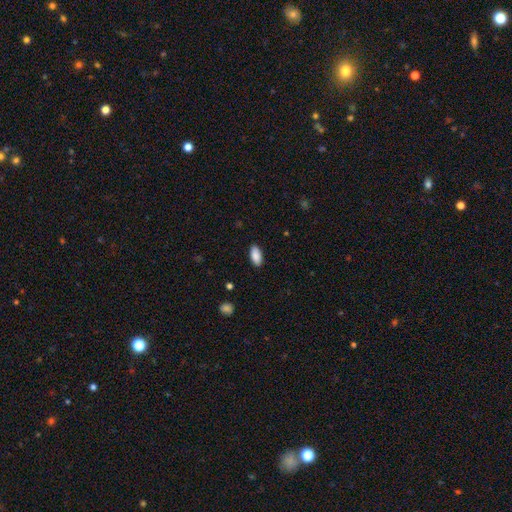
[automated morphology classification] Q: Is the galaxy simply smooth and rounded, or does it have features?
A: smooth — 89%.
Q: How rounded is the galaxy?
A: in between — 91%.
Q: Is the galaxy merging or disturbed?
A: none — 88%.